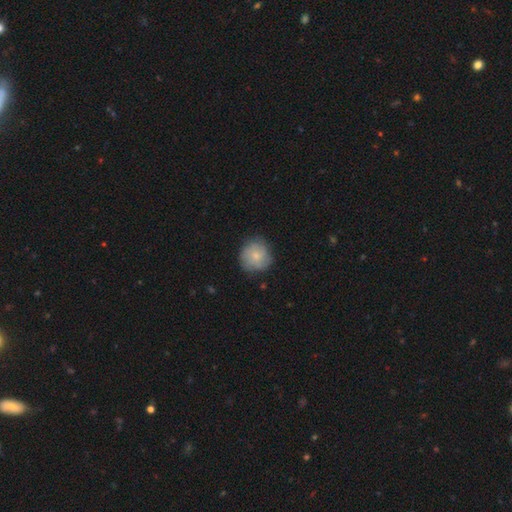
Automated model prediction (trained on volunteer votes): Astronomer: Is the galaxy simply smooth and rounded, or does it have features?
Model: smooth — 69%.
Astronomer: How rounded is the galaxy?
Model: round — 89%.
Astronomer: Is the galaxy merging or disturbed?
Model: none — 76%.